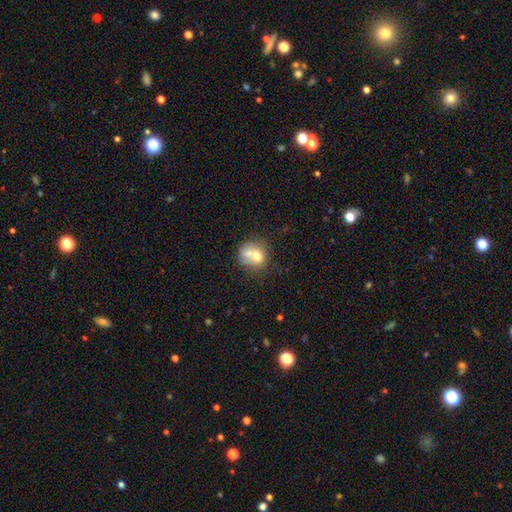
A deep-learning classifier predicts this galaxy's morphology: Smooth or featured? smooth (66%)
How rounded? round (73%)
Merging? merger (49%)